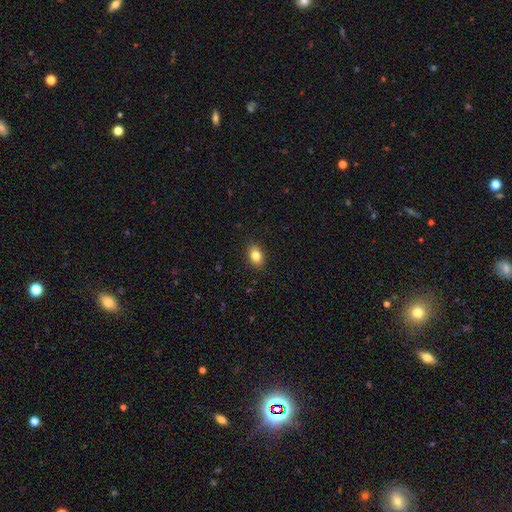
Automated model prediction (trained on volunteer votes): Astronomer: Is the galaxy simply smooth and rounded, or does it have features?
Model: smooth — 83%.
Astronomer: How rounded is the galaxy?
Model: in between — 79%.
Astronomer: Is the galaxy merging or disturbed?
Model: none — 88%.